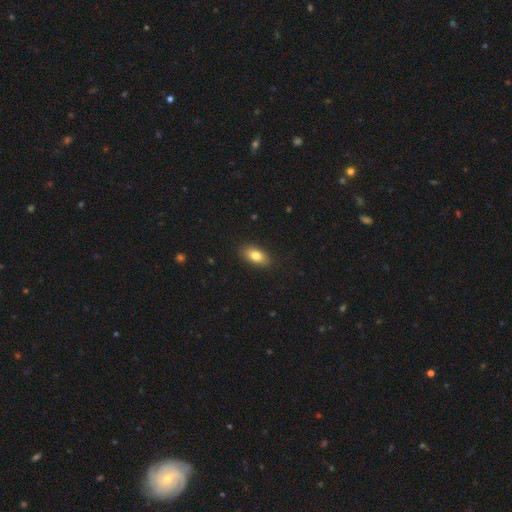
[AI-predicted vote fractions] A smooth galaxy with no disk features (80%) that is in between round and cigar-shaped (88%).

Vote fractions:
- Smooth or featured? smooth: 80% / featured or disk: 12% / star or artifact: 7%
- How rounded? in between: 88% / cigar-shaped: 6% / round: 5%
- Merging? none: 88% / minor disturbance: 9% / major disturbance: 2% / merger: 1%